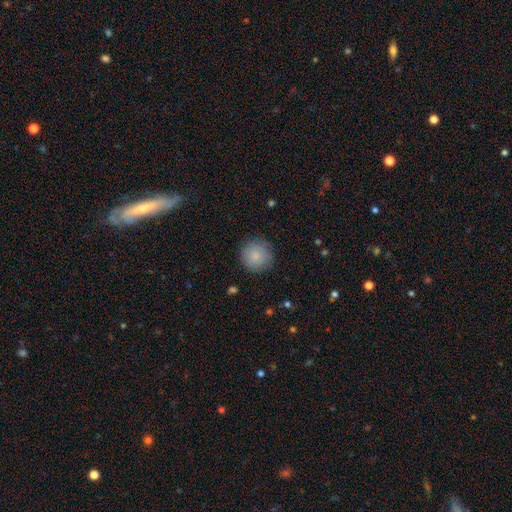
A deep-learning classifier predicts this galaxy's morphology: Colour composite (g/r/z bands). It shows a smooth galaxy with no disk features (80%) that is round (95%). Merging: none (84%).